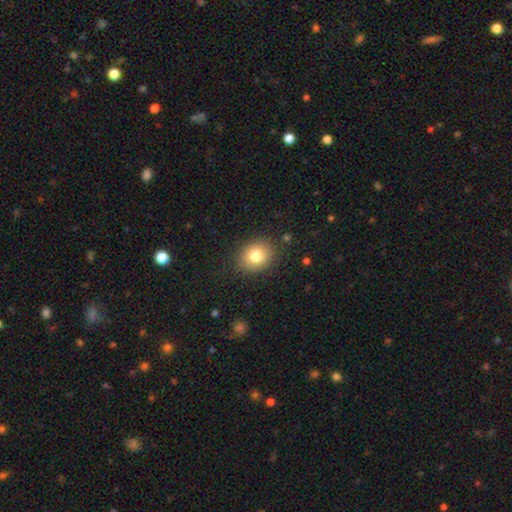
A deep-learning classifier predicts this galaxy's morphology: A smooth galaxy with no disk features (78%) that is round (54%).

Vote fractions:
- Smooth or featured? smooth: 78% / featured or disk: 11% / star or artifact: 10%
- How rounded? round: 54% / in between: 45% / cigar-shaped: 1%
- Merging? none: 87% / minor disturbance: 9% / major disturbance: 3% / merger: 1%